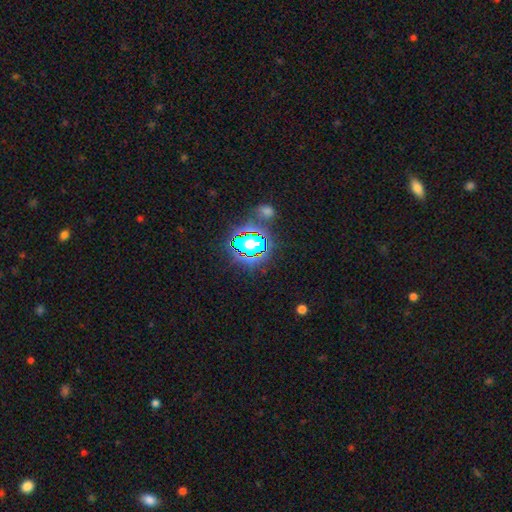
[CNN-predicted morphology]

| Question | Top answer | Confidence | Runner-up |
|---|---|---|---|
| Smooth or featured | star or artifact | 80% | smooth (12%) |